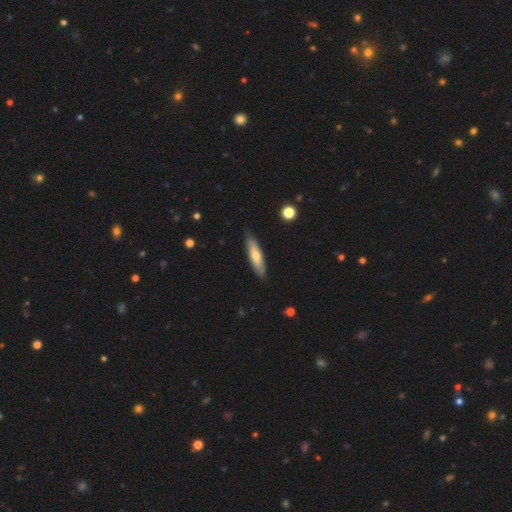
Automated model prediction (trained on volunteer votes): Smooth or featured: smooth — 60% (featured or disk — 34%)
How rounded: cigar-shaped — 76% (in between — 22%)
Merging: none — 86% (minor disturbance — 11%)